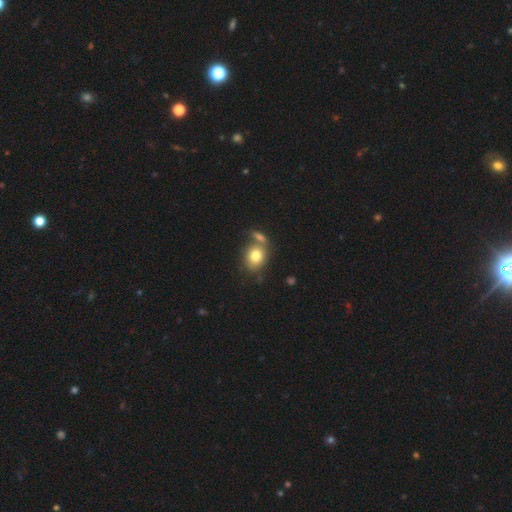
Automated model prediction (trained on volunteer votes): This appears to be a smooth galaxy with no disk features (79%) that is round (50%). Merging: none (51%).